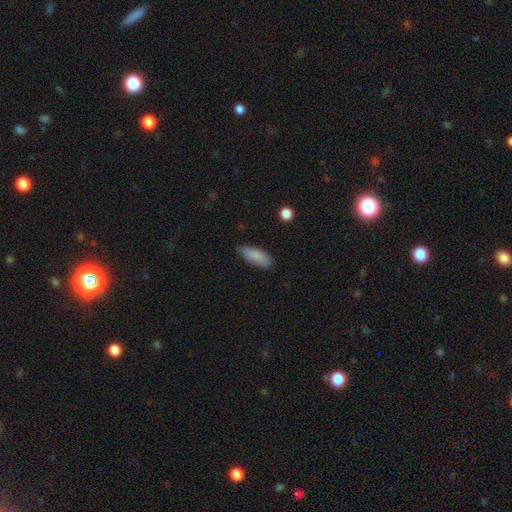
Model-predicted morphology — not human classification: Overall: smooth (86%). How rounded: in between (74%). Merging: none (80%).